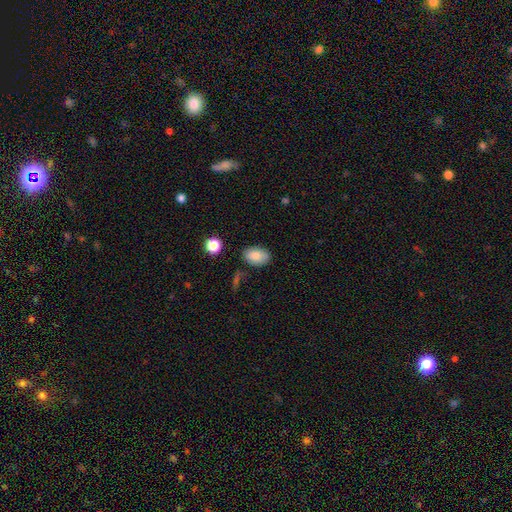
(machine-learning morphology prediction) A smooth galaxy with no disk features (84%) that is in between round and cigar-shaped (87%).

Vote fractions:
- Smooth or featured? smooth: 84% / star or artifact: 8% / featured or disk: 8%
- How rounded? in between: 87% / round: 12% / cigar-shaped: 1%
- Merging? none: 81% / minor disturbance: 13% / major disturbance: 3% / merger: 3%